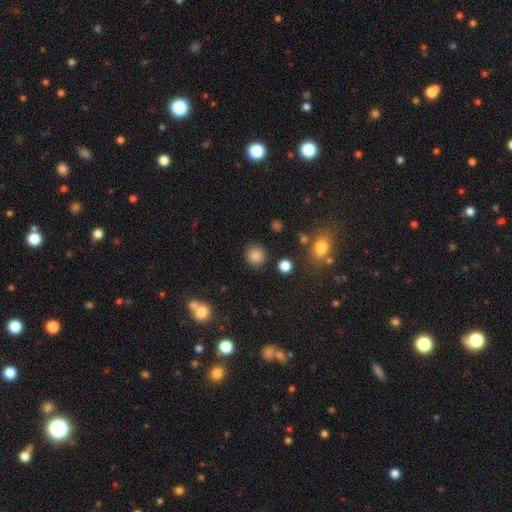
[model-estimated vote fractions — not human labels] The model was most divided on "smooth or featured": smooth: 84%, star or artifact: 11%, featured or disk: 4%. More confident: how rounded — round (90%); merging — none (87%).